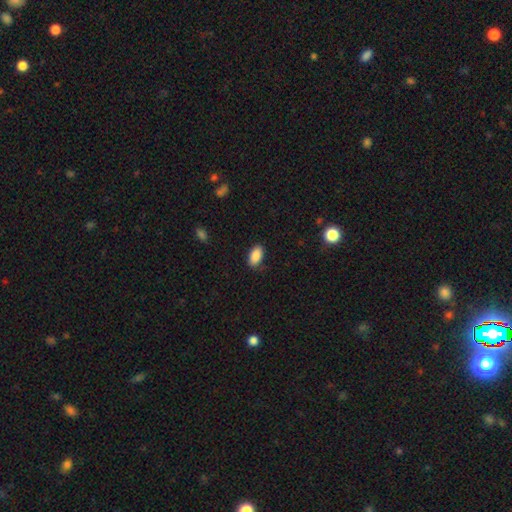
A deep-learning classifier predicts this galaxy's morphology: A smooth galaxy with no disk features (89%) that is in between round and cigar-shaped (93%). Merging: none (84%).